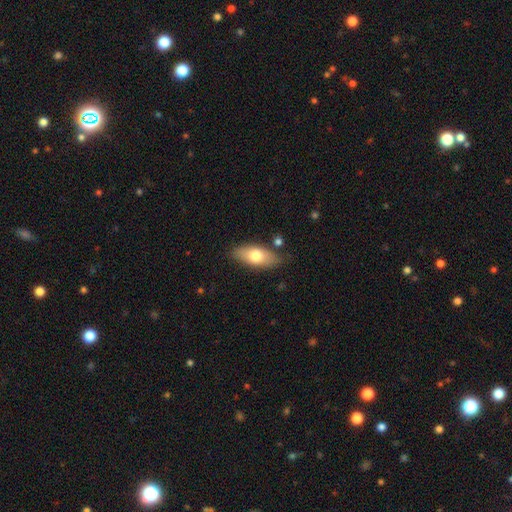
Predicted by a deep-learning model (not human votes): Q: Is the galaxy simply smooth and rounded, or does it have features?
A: smooth — 70%.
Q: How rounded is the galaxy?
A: in between — 81%.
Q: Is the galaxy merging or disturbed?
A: none — 78%.